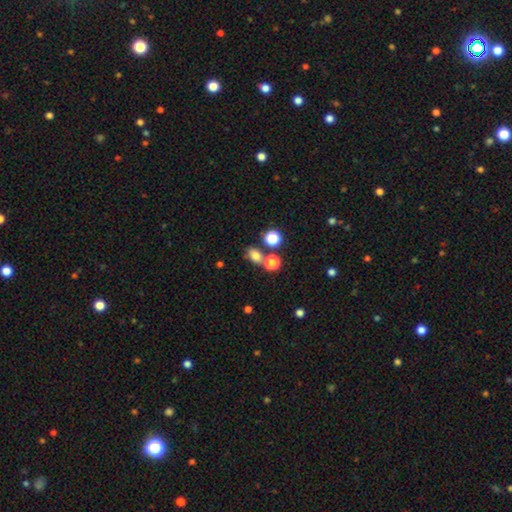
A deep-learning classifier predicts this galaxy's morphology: Smooth or featured?
  - smooth: 75% *
  - star or artifact: 17%
  - featured or disk: 8%
How rounded?
  - in between: 54% *
  - round: 44%
  - cigar-shaped: 1%
Merging?
  - none: 62% *
  - merger: 23%
  - minor disturbance: 11%
  - major disturbance: 5%